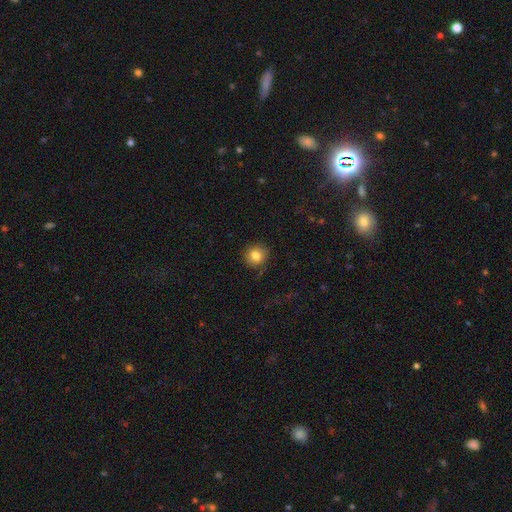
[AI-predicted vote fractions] This appears to be a smooth galaxy with no disk features (82%) that is round (91%). Merging: none (85%).